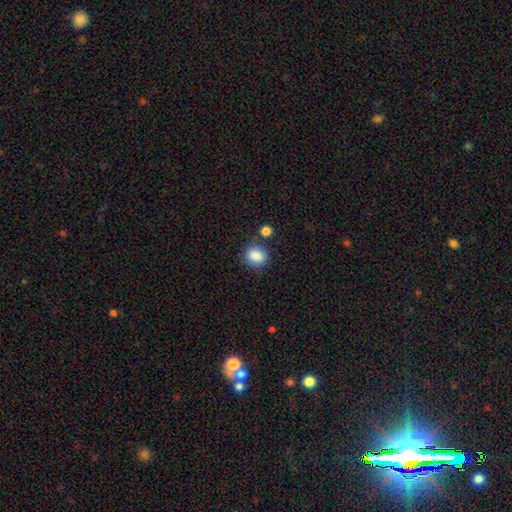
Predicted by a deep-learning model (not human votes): Smooth or featured? smooth (87%)
How rounded? round (69%)
Merging? none (75%)